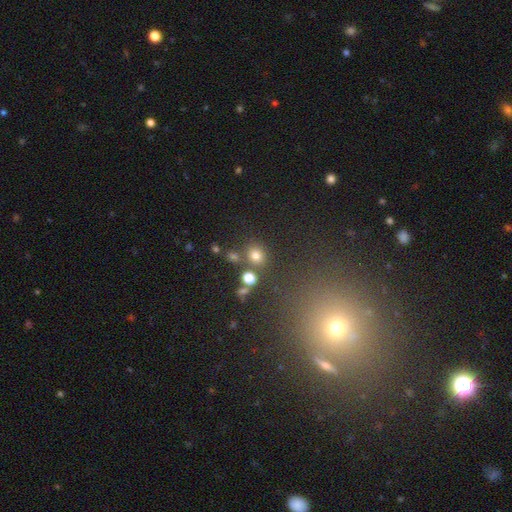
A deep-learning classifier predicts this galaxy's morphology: Overall: smooth (75%). How rounded: round (83%). Merging: none (74%).